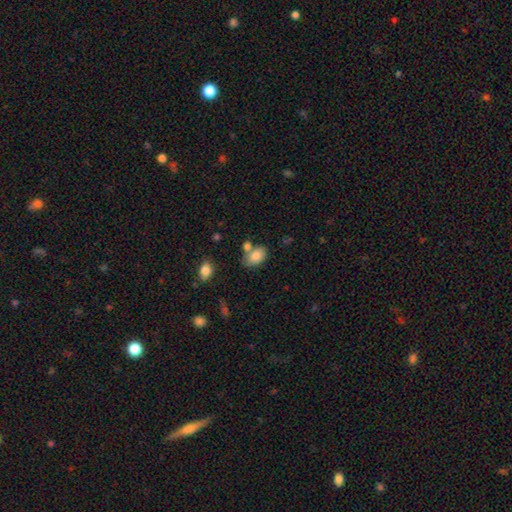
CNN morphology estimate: Smooth or featured? Predicted: smooth (p=0.85). How rounded? Predicted: in between (p=0.87). Merging? Predicted: none (p=0.56).